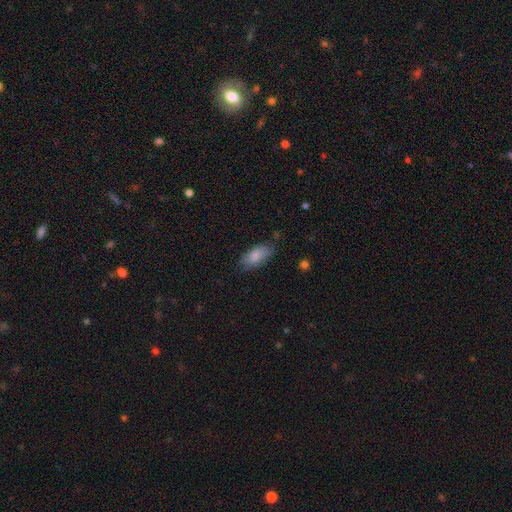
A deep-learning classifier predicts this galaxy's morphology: The model was most divided on "merging": none: 69%, minor disturbance: 24%, major disturbance: 5%, merger: 2%. More confident: how rounded — in between (90%); smooth or featured — smooth (81%).